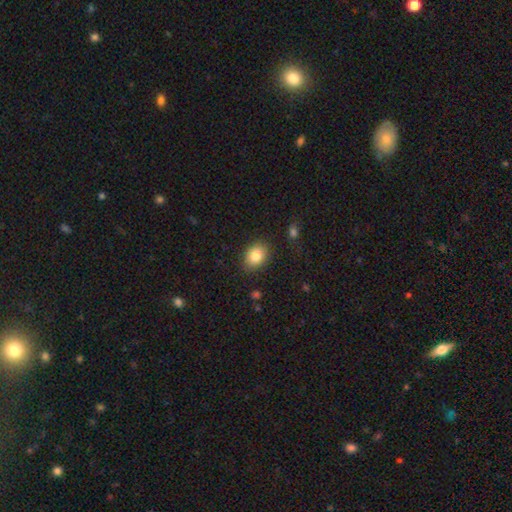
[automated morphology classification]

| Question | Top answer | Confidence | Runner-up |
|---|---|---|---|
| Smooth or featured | smooth | 84% | star or artifact (8%) |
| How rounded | in between | 66% | round (33%) |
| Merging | none | 86% | minor disturbance (10%) |